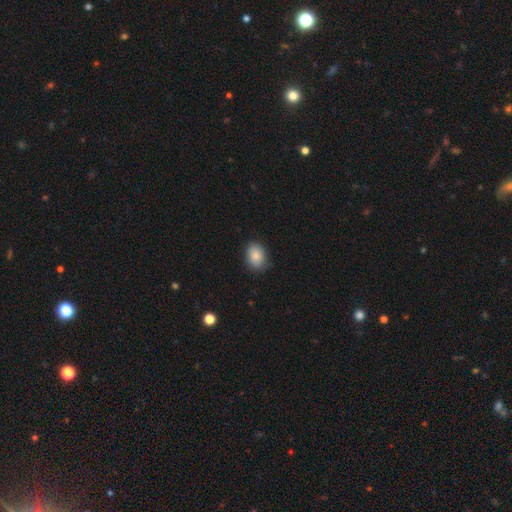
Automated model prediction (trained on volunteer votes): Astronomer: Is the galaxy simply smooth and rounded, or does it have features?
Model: smooth — 86%.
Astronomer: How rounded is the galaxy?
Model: in between — 67%.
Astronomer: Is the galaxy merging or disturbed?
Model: none — 83%.